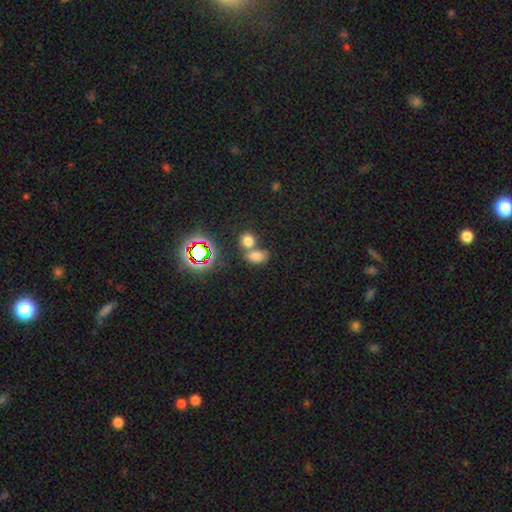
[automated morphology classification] This appears to be a smooth galaxy with no disk features (71%) that is in between round and cigar-shaped (74%). Merging: merger (43%, tied with none).